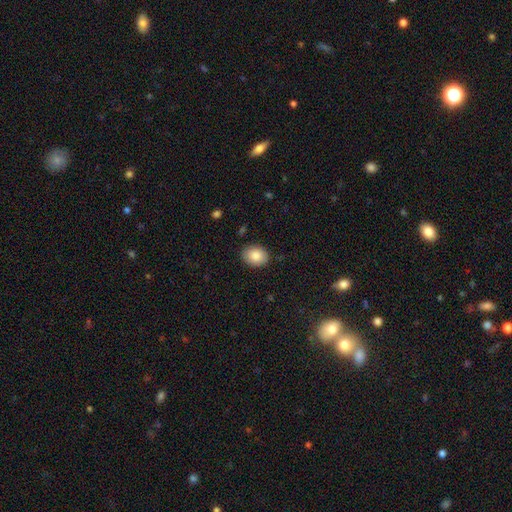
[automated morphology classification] This appears to be a smooth galaxy with no disk features (85%) that is in between round and cigar-shaped (59%). Merging: none (88%).